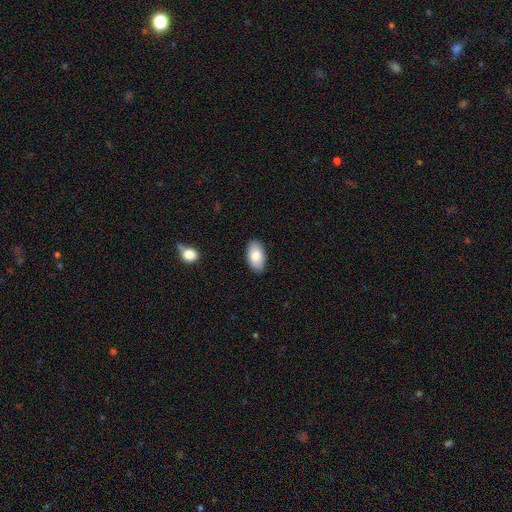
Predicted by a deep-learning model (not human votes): Overall: smooth (83%). How rounded: in between (95%). Merging: none (88%).